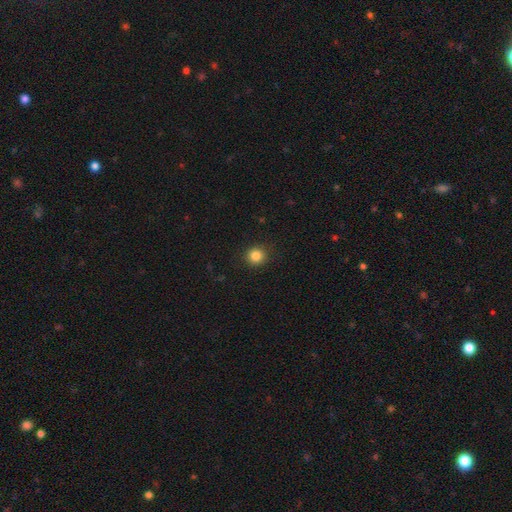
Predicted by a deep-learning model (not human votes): Smooth or featured?
  - smooth: 85% *
  - star or artifact: 11%
  - featured or disk: 4%
How rounded?
  - round: 92% *
  - in between: 7%
  - cigar-shaped: 1%
Merging?
  - none: 91% *
  - minor disturbance: 6%
  - major disturbance: 2%
  - merger: 1%